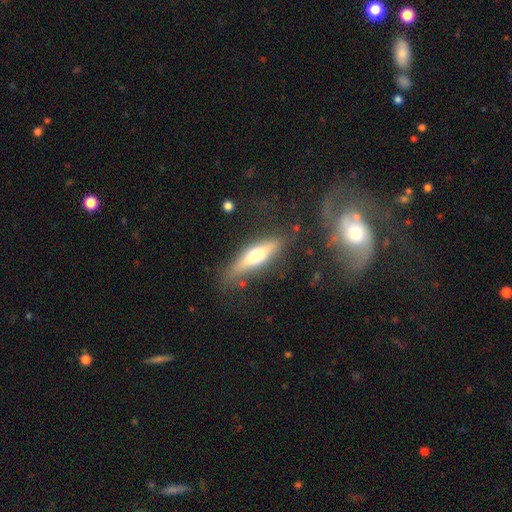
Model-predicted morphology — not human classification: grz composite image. It shows a featured or disk galaxy (49%). Merging: none (77%).